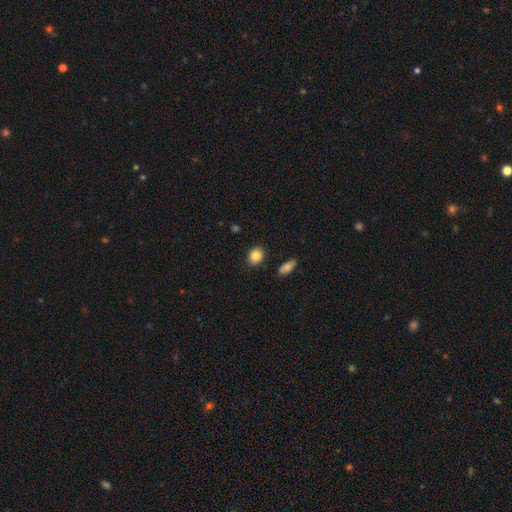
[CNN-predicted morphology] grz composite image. It shows a smooth galaxy with no disk features (86%) that is round (50%). Merging: none (86%).